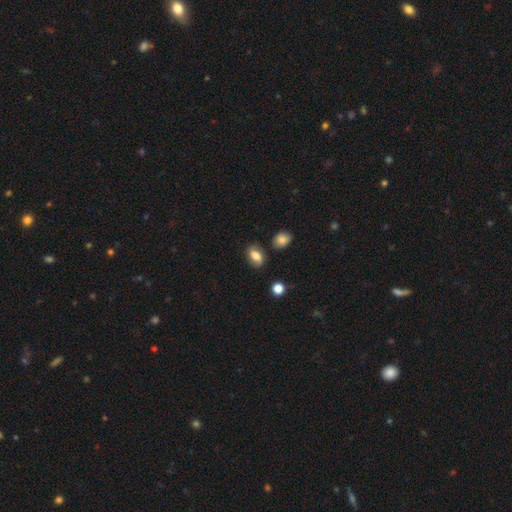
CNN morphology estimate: smooth-or-featured: smooth: 73% | featured or disk: 19% | star or artifact: 9%
  how-rounded: in between: 83% | round: 15% | cigar-shaped: 2%
  merging: none: 76% | minor disturbance: 15% | merger: 4% | major disturbance: 4%